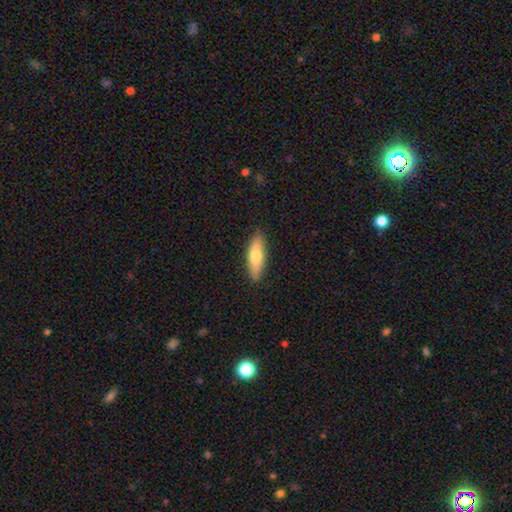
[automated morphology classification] This is likely a smooth galaxy (70%). How rounded: possibly cigar-shaped (51%). Merging: clearly none (87%).